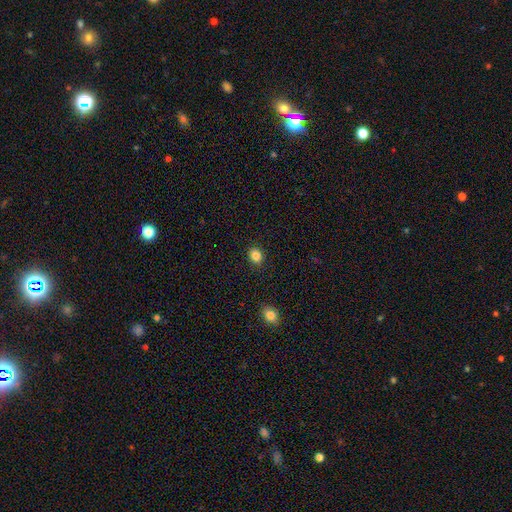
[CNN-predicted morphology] Q: Smooth or featured?
A: smooth (85%); runner-up: star or artifact (11%)
Q: How rounded?
A: round (60%); runner-up: in between (39%)
Q: Merging?
A: none (89%); runner-up: minor disturbance (7%)